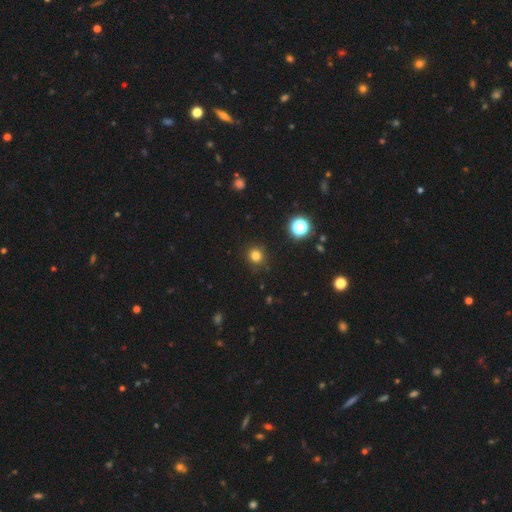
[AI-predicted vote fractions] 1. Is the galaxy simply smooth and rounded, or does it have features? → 79% smooth, 16% star or artifact, 5% featured or disk.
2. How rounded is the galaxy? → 93% round, 6% in between, 1% cigar-shaped.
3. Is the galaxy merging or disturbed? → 89% none, 7% minor disturbance, 2% major disturbance, 1% merger.